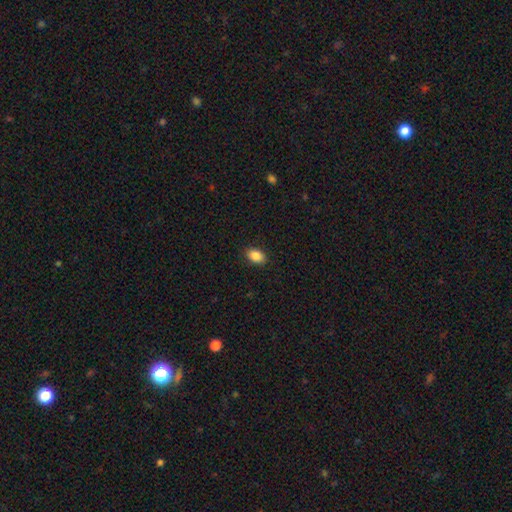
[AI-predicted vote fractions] A smooth galaxy with no disk features (88%) that is in between round and cigar-shaped (88%).

Vote fractions:
- Smooth or featured? smooth: 88% / star or artifact: 8% / featured or disk: 4%
- How rounded? in between: 88% / round: 11% / cigar-shaped: 2%
- Merging? none: 90% / minor disturbance: 7% / major disturbance: 2% / merger: 1%